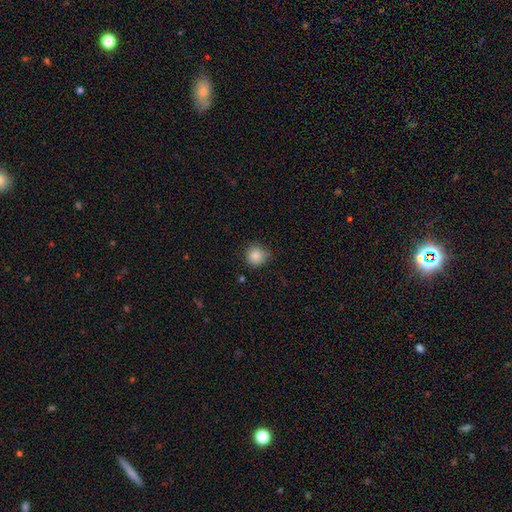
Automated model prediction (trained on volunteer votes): smooth_or_featured: smooth (p=0.86) [alt: star or artifact p=0.10]
how_rounded: round (p=0.89) [alt: in between p=0.10]
merging: none (p=0.75) [alt: minor disturbance p=0.20]